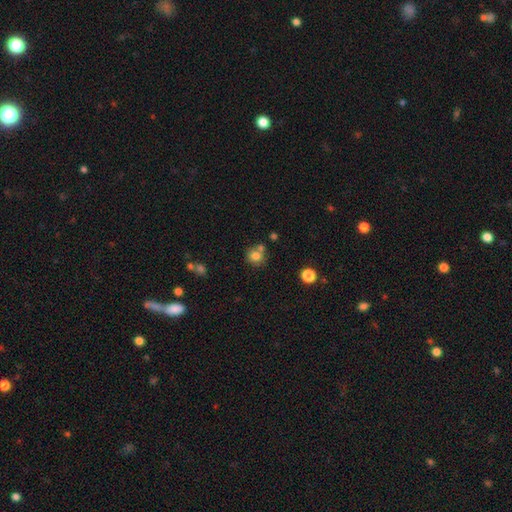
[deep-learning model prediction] A smooth galaxy with no disk features (78%) that is round (85%).

Vote fractions:
- Smooth or featured? smooth: 78% / star or artifact: 12% / featured or disk: 9%
- How rounded? round: 85% / in between: 14% / cigar-shaped: 1%
- Merging? none: 60% / merger: 26% / minor disturbance: 11% / major disturbance: 4%